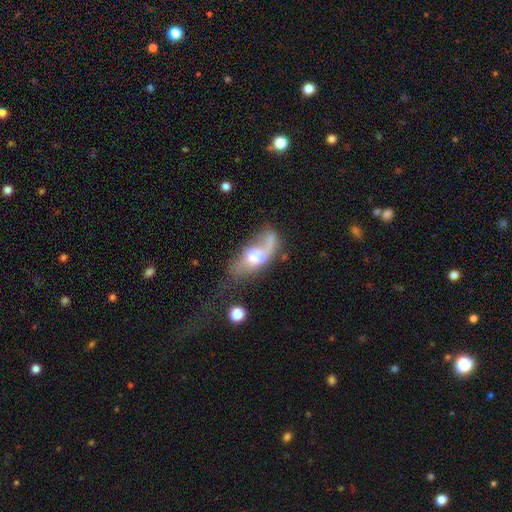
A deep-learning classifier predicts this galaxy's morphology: featured or disk 46% (tied), smooth 46% (tied), star or artifact 8%. Down the decision tree: merging — major disturbance (37%).